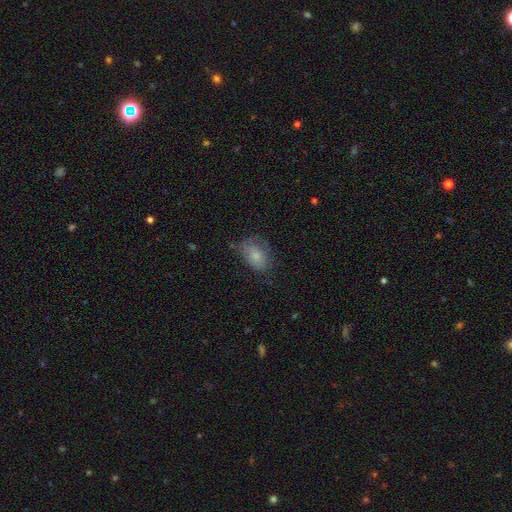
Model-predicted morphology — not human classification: smooth_or_featured: smooth (p=0.75) [alt: featured or disk p=0.16]
how_rounded: in between (p=0.80) [alt: round p=0.19]
merging: none (p=0.52) [alt: minor disturbance p=0.32]